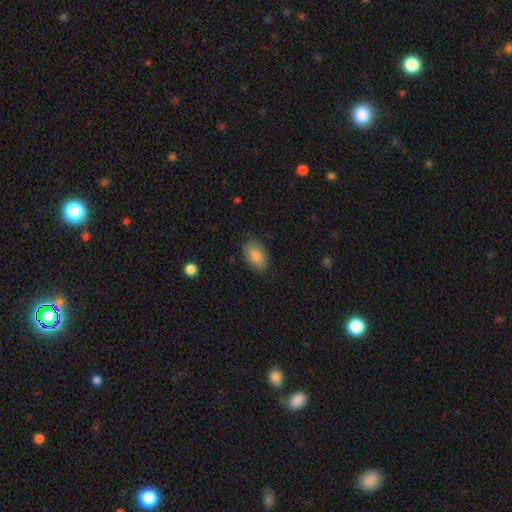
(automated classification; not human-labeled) This is clearly a smooth galaxy (85%). How rounded: clearly in between (90%). Merging: clearly none (81%).